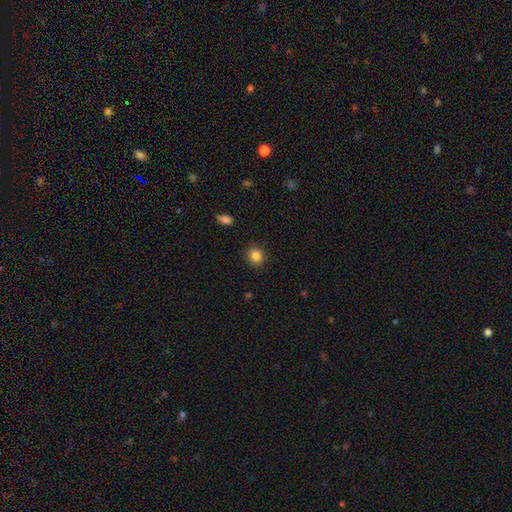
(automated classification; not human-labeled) Q: Smooth or featured?
A: smooth (85%); runner-up: star or artifact (10%)
Q: How rounded?
A: round (81%); runner-up: in between (18%)
Q: Merging?
A: none (89%); runner-up: minor disturbance (8%)